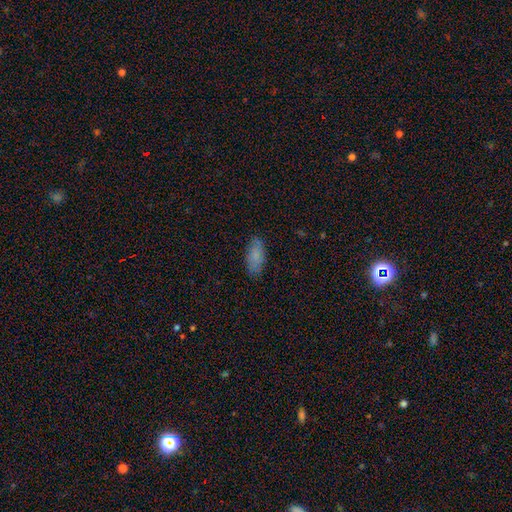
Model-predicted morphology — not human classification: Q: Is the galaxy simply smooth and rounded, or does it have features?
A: smooth — 81%.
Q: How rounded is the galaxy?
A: in between — 88%.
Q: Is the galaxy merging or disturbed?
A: none — 81%.